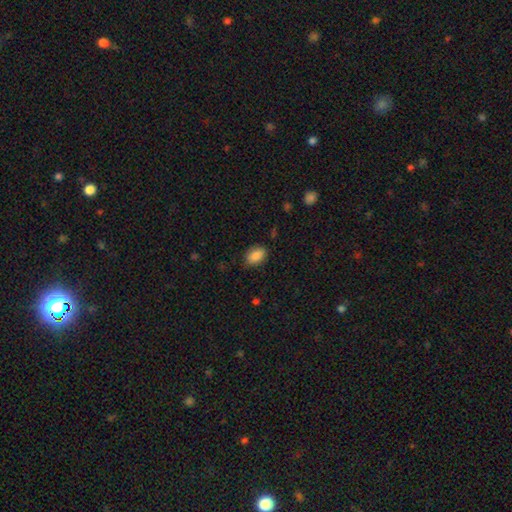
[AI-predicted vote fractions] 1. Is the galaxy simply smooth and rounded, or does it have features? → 87% smooth, 8% star or artifact, 5% featured or disk.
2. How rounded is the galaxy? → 87% in between, 12% round, 2% cigar-shaped.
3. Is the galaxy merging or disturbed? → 84% none, 13% minor disturbance, 3% major disturbance, 1% merger.